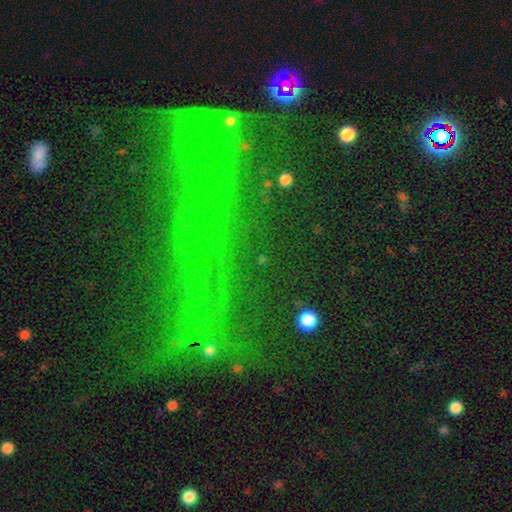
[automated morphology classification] The model was most divided on "smooth or featured": star or artifact: 61%, featured or disk: 21%, smooth: 18%.